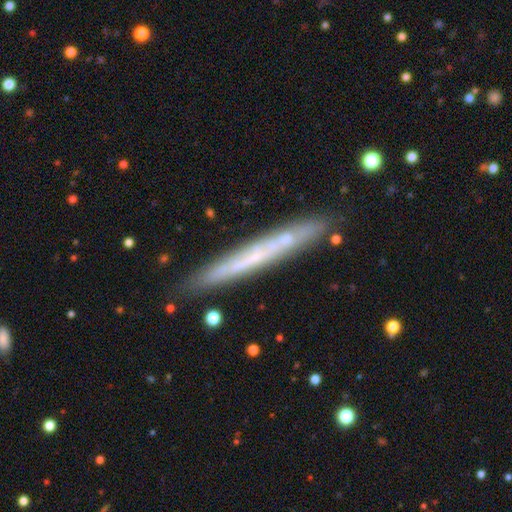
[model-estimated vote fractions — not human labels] smooth_or_featured: featured or disk (p=0.55) [alt: smooth p=0.38]
disk_edge_on: yes (p=0.89) [alt: no p=0.11]
merging: none (p=0.85) [alt: minor disturbance p=0.11]